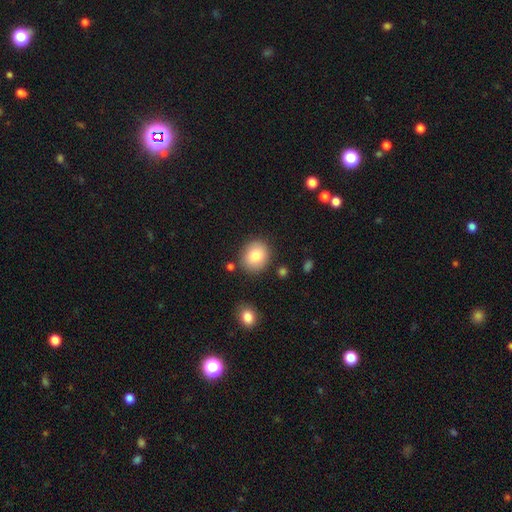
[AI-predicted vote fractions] Smooth or featured? Predicted: smooth (p=0.81). How rounded? Predicted: round (p=0.75). Merging? Predicted: none (p=0.84).